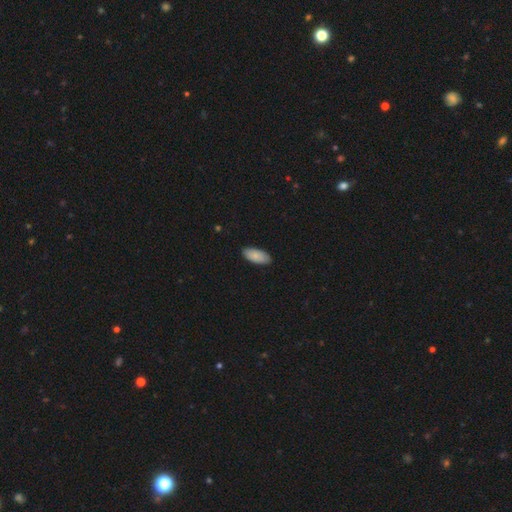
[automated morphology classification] This is clearly a smooth galaxy (84%). How rounded: clearly in between (90%). Merging: clearly none (88%).